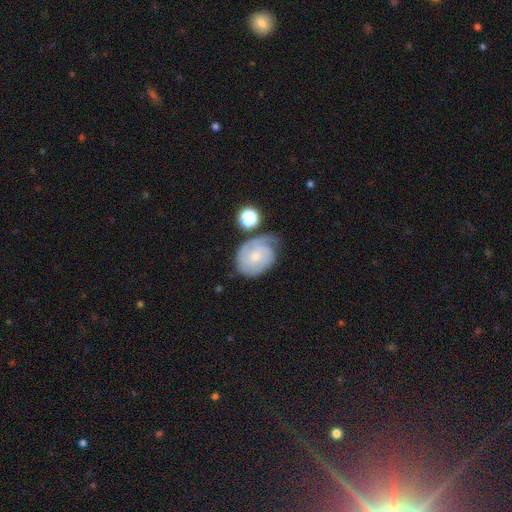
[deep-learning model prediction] Smooth or featured? Predicted: featured or disk (p=0.67). Edge-on disk? Predicted: no (p=0.97). Bar? Predicted: no (p=0.68). Spiral arms? Predicted: yes (p=0.90). Spiral winding? Predicted: tight (p=0.62). Spiral arm count? Predicted: 2 (p=0.31). Bulge size? Predicted: small (p=0.58). Merging? Predicted: none (p=0.49).